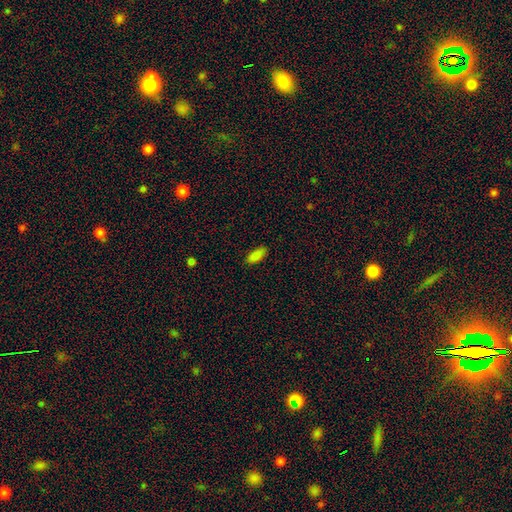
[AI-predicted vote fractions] Overall: smooth (87%). How rounded: in between (80%). Merging: none (85%).